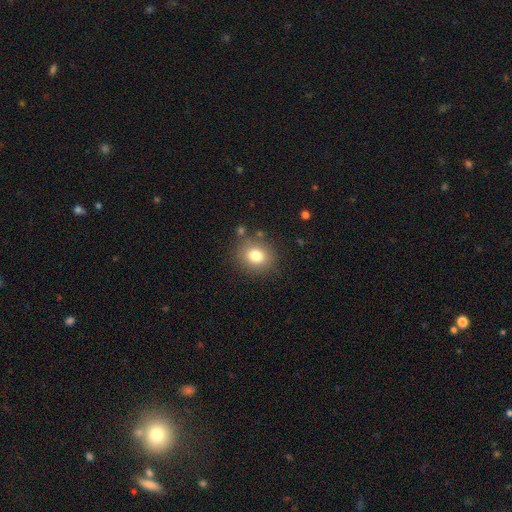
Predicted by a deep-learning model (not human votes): The model was most divided on "how rounded": round: 74%, in between: 26%, cigar-shaped: 1%. More confident: merging — none (81%); smooth or featured — smooth (80%).